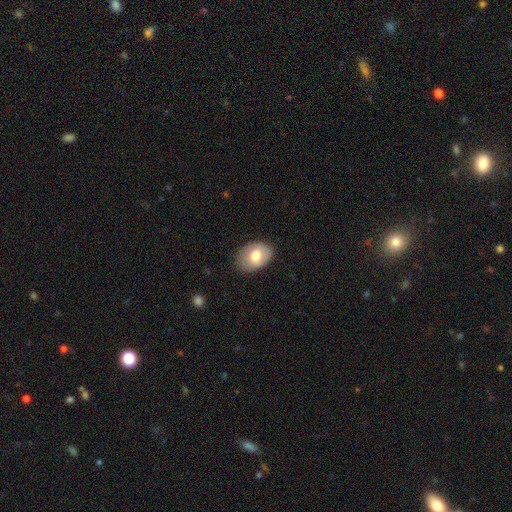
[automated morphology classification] Smooth or featured? smooth (70%)
How rounded? in between (76%)
Merging? none (78%)